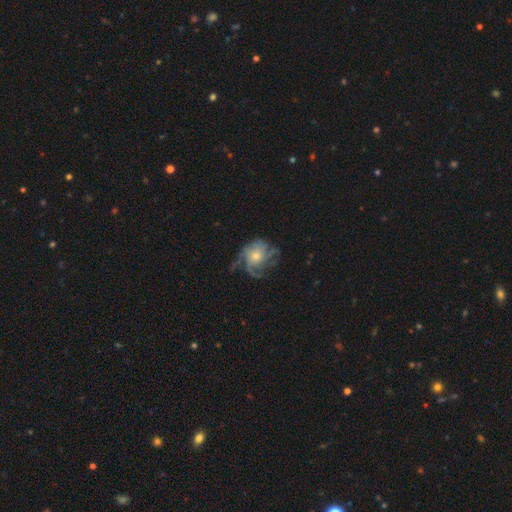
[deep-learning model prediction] Overall: featured or disk (78%). Edge-on disk: no (97%). Bar: no (81%). Spiral arms: yes (92%). Spiral arm count: can't tell (27%; 4 24%). Spiral winding: tight (42%; medium 38%). Bulge size: moderate (50%; small 43%). Merging: none (59%; minor disturbance 20%).